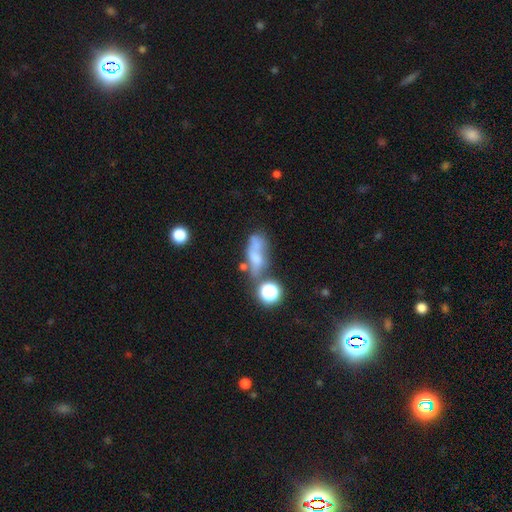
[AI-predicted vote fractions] Smooth or featured: smooth — 48% (featured or disk — 33%)
Merging: none — 34% (merger — 25%)